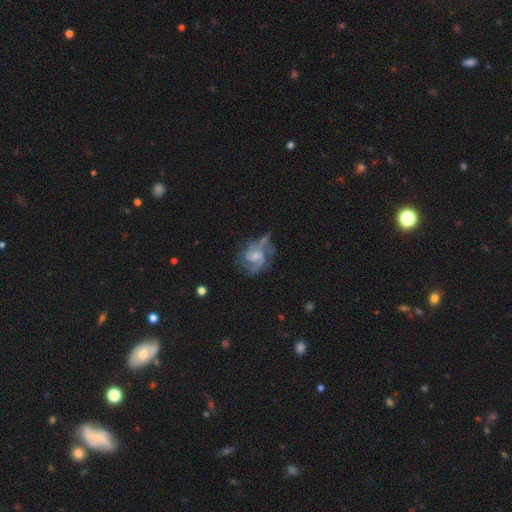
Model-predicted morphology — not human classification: Smooth or featured: featured or disk — 82% (smooth — 11%)
Edge-on disk: no — 98% (yes — 2%)
Bar: no — 50% (weak — 42%)
Spiral arms: yes — 93% (no — 7%)
Spiral winding: medium — 50% (tight — 29%)
Spiral arm count: 2 — 49% (3 — 20%)
Bulge size: small — 53% (moderate — 29%)
Merging: none — 46% (major disturbance — 25%)